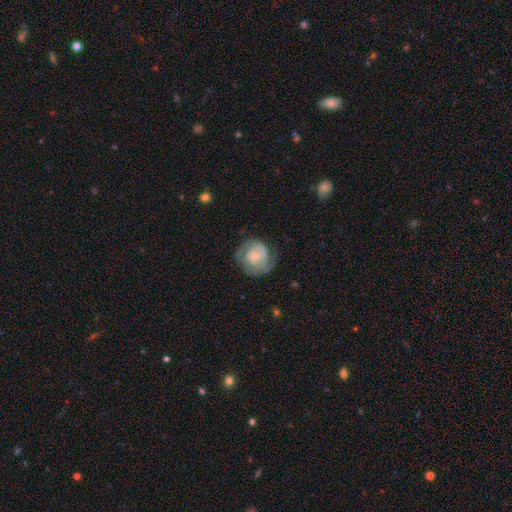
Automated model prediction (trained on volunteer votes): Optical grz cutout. It shows a featured or disk galaxy (55%) with no bar (78%), spiral arms (75%) and a small central bulge (63%). Merging: none (60%).